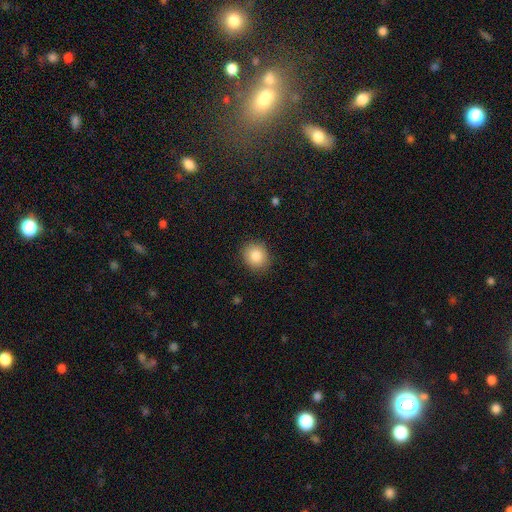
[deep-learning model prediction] Smooth or featured? Predicted: smooth (p=0.85). How rounded? Predicted: round (p=0.75). Merging? Predicted: none (p=0.87).